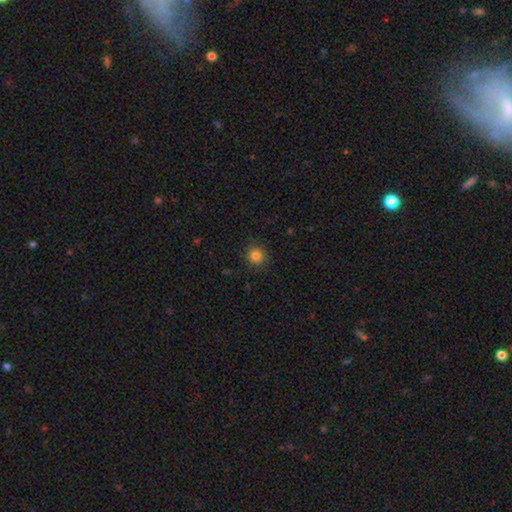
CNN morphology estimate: Q: Smooth or featured?
A: smooth (84%); runner-up: star or artifact (12%)
Q: How rounded?
A: round (92%); runner-up: in between (7%)
Q: Merging?
A: none (88%); runner-up: minor disturbance (8%)